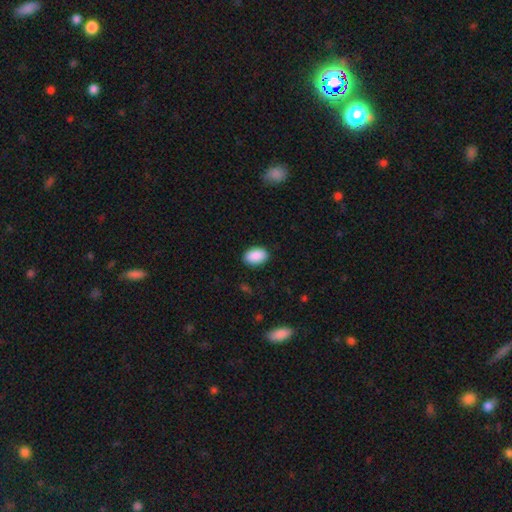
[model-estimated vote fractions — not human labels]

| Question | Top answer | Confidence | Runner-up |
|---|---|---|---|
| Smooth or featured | smooth | 91% | star or artifact (6%) |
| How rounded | in between | 89% | round (9%) |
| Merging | none | 89% | minor disturbance (8%) |